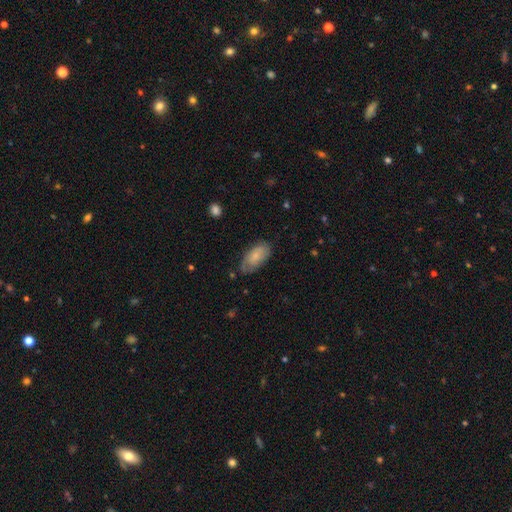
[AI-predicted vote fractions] smooth_or_featured: smooth (p=0.66) [alt: featured or disk p=0.28]
how_rounded: in between (p=0.93) [alt: cigar-shaped p=0.04]
merging: none (p=0.69) [alt: minor disturbance p=0.23]